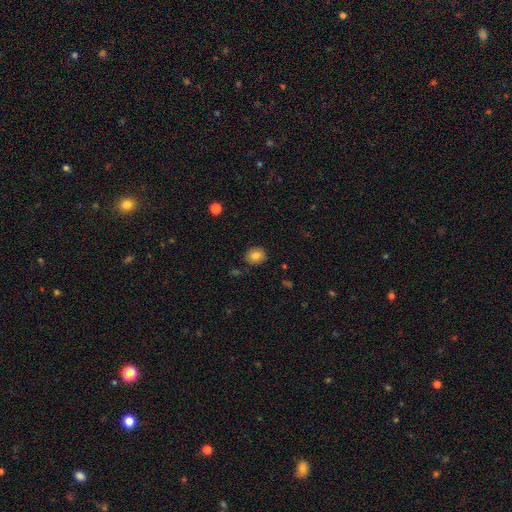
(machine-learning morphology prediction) This is clearly a smooth galaxy (82%). How rounded: likely round (75%). Merging: clearly none (87%).